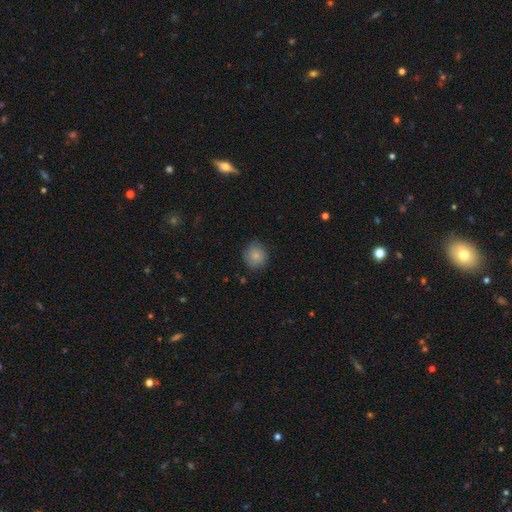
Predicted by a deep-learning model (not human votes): Overall: smooth (82%). How rounded: round (85%). Merging: none (79%).